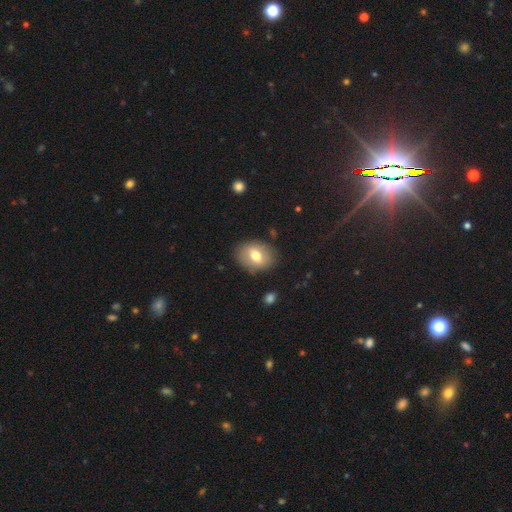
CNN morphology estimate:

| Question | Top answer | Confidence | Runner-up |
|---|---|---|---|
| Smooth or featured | smooth | 68% | featured or disk (24%) |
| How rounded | in between | 62% | round (37%) |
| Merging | none | 82% | minor disturbance (13%) |